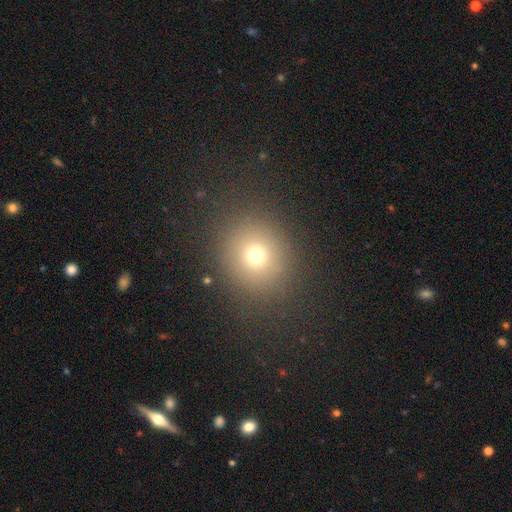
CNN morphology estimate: smooth-or-featured: smooth: 71% | star or artifact: 19% | featured or disk: 10%
  how-rounded: round: 85% | in between: 14% | cigar-shaped: 1%
  merging: none: 86% | minor disturbance: 8% | major disturbance: 5% | merger: 2%